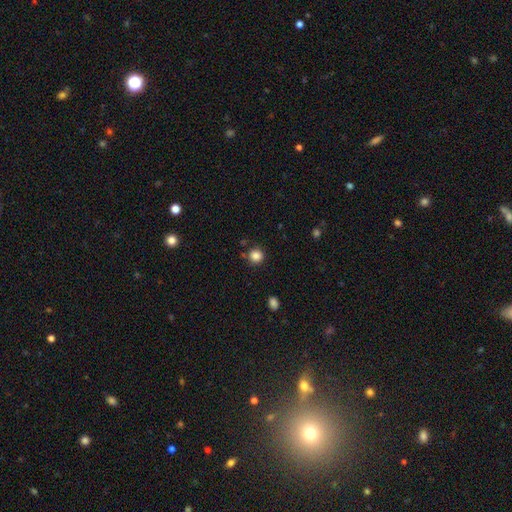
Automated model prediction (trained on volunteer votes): Smooth or featured? Predicted: smooth (p=0.85). How rounded? Predicted: round (p=0.93). Merging? Predicted: none (p=0.86).